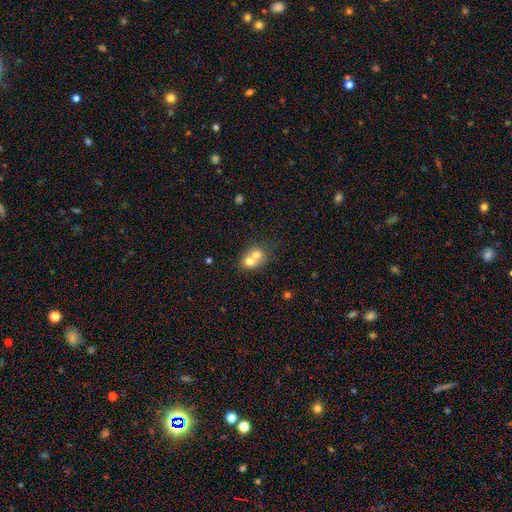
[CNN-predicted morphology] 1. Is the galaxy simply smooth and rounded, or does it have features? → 67% smooth, 23% featured or disk, 10% star or artifact.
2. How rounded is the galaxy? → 64% round, 35% in between, 1% cigar-shaped.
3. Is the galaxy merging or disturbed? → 71% merger, 21% none, 5% minor disturbance, 2% major disturbance.